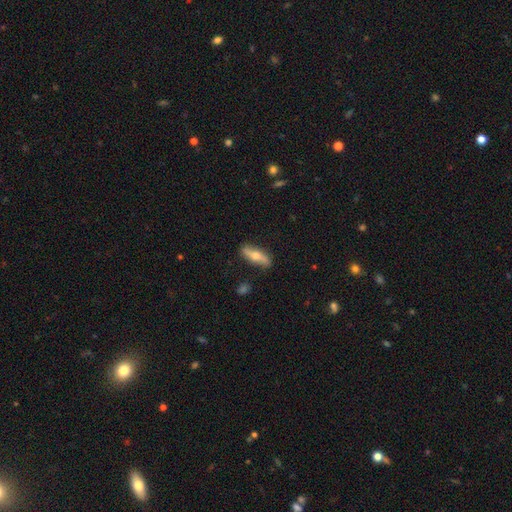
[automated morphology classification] Smooth or featured?
  - featured or disk: 48% *
  - smooth: 46%
  - star or artifact: 6%
Merging?
  - none: 84% *
  - minor disturbance: 12%
  - major disturbance: 2%
  - merger: 1%